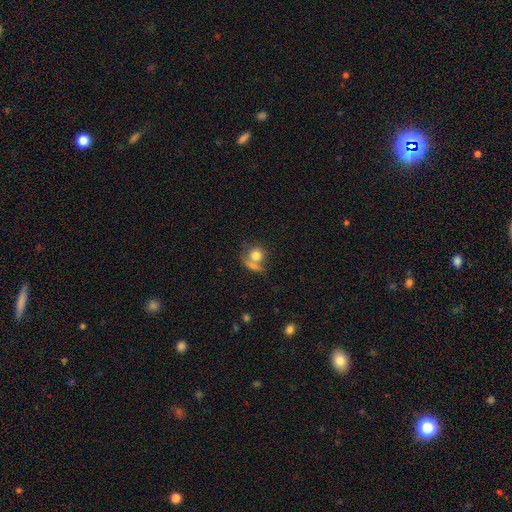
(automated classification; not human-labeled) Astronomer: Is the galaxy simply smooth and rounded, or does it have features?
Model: smooth — 77%.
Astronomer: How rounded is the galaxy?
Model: round — 80%.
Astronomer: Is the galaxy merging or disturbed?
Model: merger — 41% (runner-up: none, 40%).